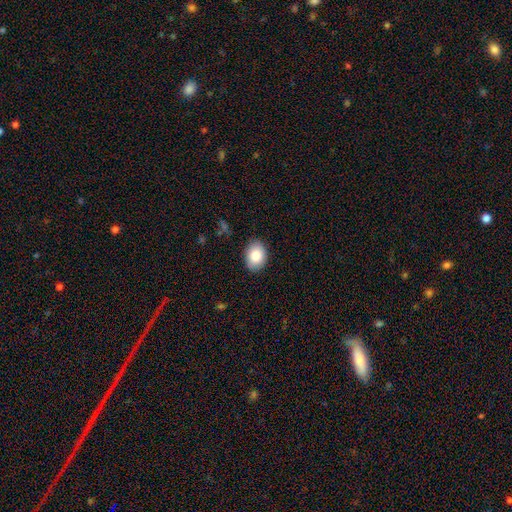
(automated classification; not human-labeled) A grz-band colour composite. It shows a smooth galaxy with no disk features (85%) that is in between round and cigar-shaped (75%). Merging: none (87%).